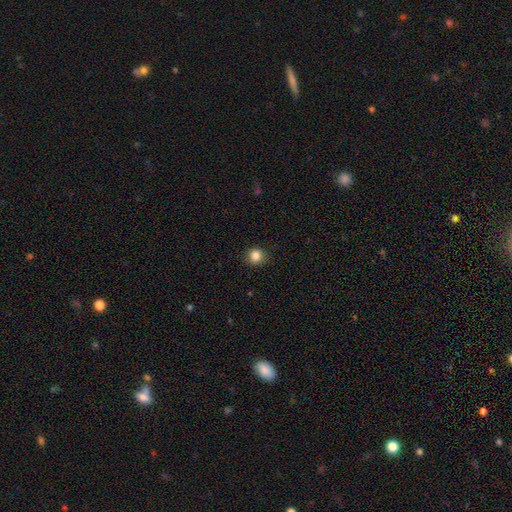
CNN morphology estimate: type=smooth (85%); roundness=round (90%); merging=none (90%).